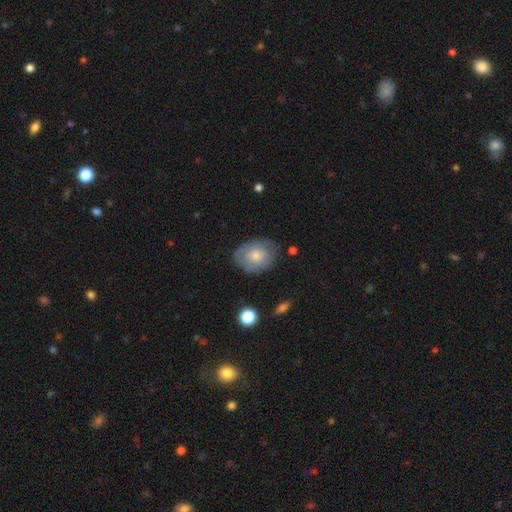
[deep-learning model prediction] This appears to be a smooth galaxy with no disk features (65%) that is in between round and cigar-shaped (62%). Merging: none (68%).